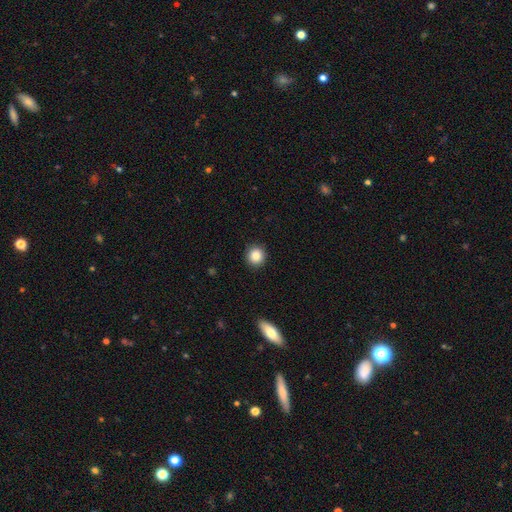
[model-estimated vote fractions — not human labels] smooth 86%, star or artifact 10%, featured or disk 5%. Down the decision tree: how rounded — round (93%); merging — none (92%).